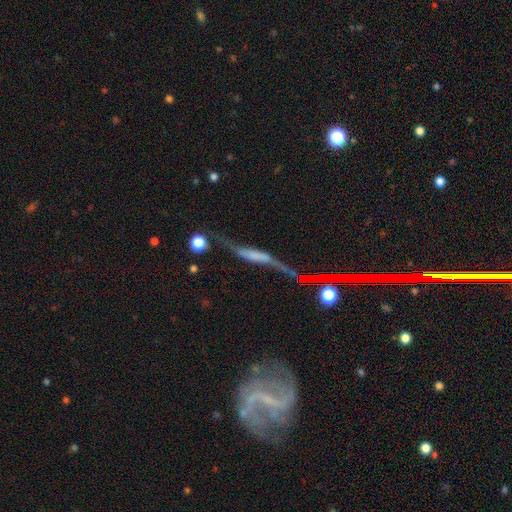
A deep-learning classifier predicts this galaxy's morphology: smooth_or_featured: featured or disk (p=0.66) [alt: smooth p=0.23]
disk_edge_on: yes (p=0.62) [alt: no p=0.38]
merging: none (p=0.49) [alt: minor disturbance p=0.23]